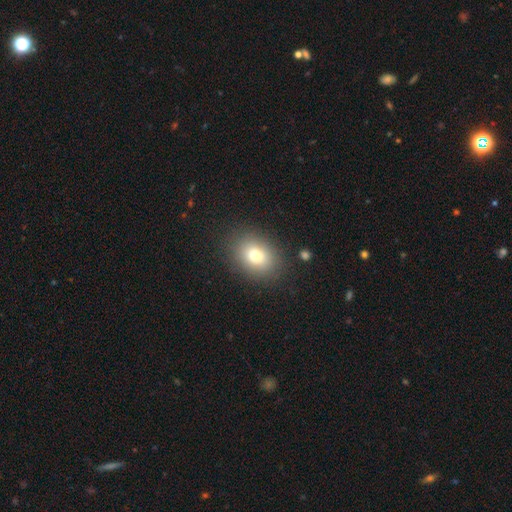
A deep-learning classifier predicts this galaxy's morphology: Smooth or featured: smooth — 77% (star or artifact — 12%)
How rounded: in between — 57% (round — 42%)
Merging: none — 86% (minor disturbance — 9%)